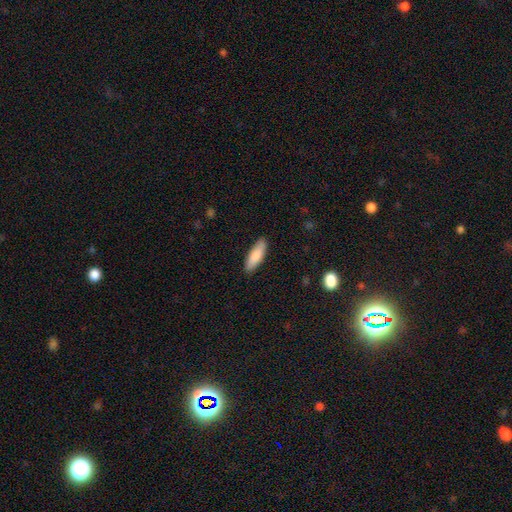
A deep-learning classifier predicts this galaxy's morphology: smooth 84%, featured or disk 10%, star or artifact 5%. Down the decision tree: how rounded — in between (52%); merging — none (87%).